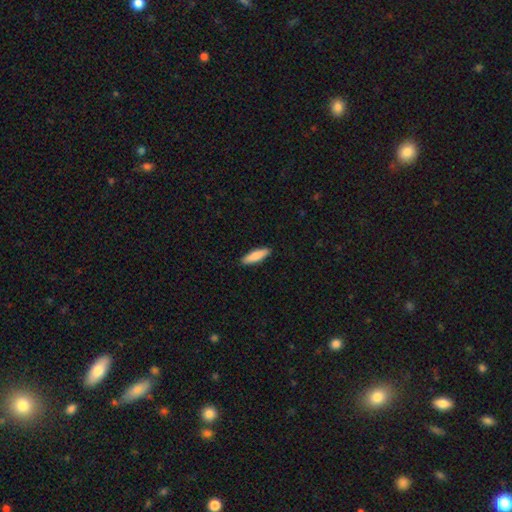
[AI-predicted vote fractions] Smooth or featured? Predicted: smooth (p=0.85). How rounded? Predicted: cigar-shaped (p=0.62). Merging? Predicted: none (p=0.91).